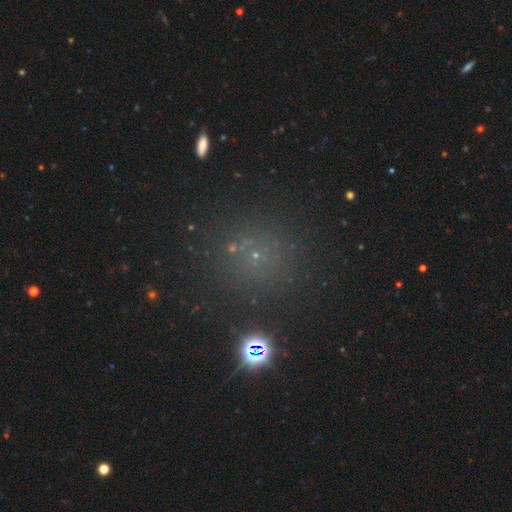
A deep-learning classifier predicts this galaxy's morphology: Overall: smooth (47%; star or artifact 43%). Merging: none (78%).